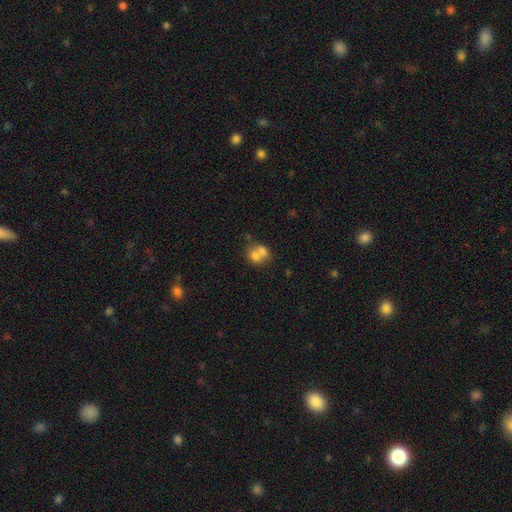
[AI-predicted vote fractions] This appears to be a smooth galaxy with no disk features (68%) that is round (59%). Merging: merger (67%).